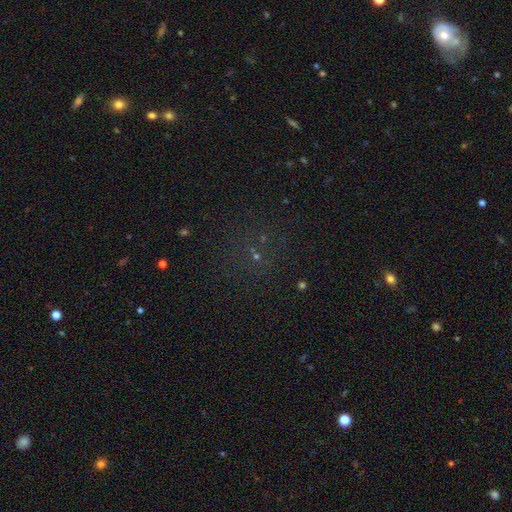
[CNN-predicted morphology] Overall: star or artifact (57%; smooth 29%).